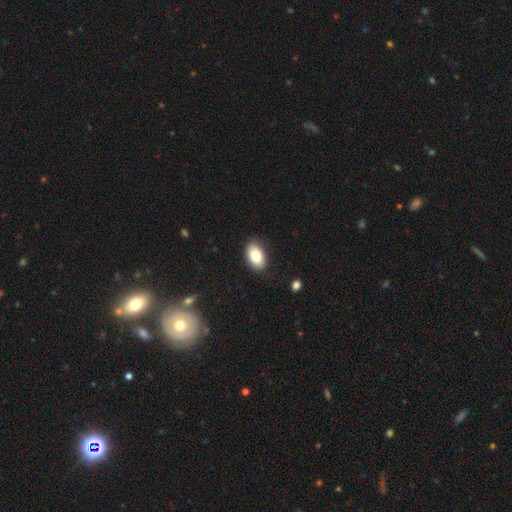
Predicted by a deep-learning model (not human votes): The model was most divided on "smooth or featured": smooth: 84%, featured or disk: 9%, star or artifact: 7%. More confident: how rounded — in between (92%); merging — none (87%).